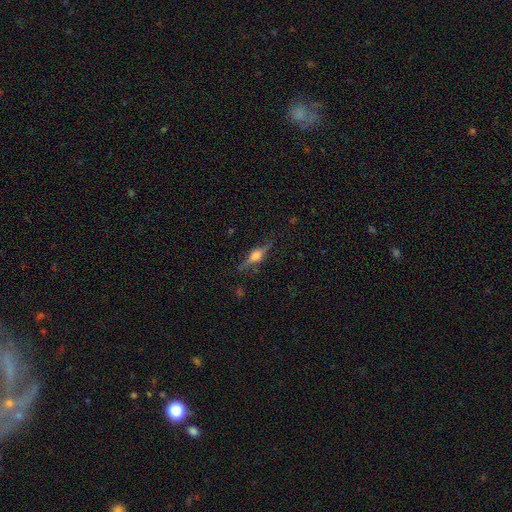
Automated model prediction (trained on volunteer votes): featured or disk 68%, smooth 24%, star or artifact 8%. Down the decision tree: edge-on disk — yes (95%); edge-on bulge — rounded (90%); merging — none (81%).